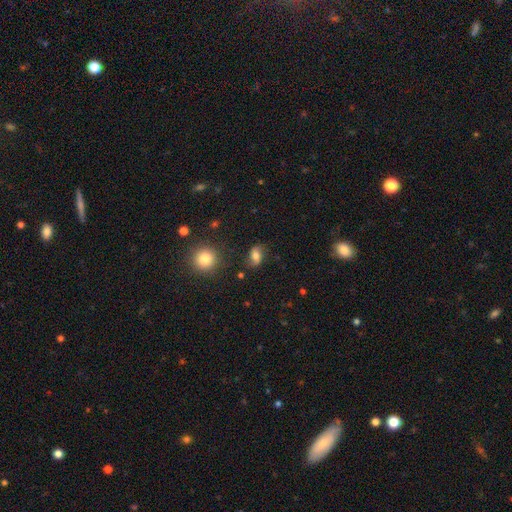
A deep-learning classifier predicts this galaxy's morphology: This appears to be a smooth galaxy with no disk features (56%) that is in between round and cigar-shaped (75%). Merging: none (74%).